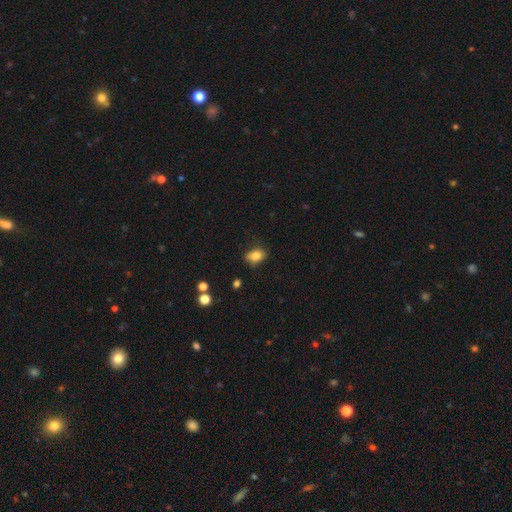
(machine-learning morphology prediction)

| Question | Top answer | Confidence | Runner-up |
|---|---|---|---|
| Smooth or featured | smooth | 82% | star or artifact (9%) |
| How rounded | in between | 81% | round (16%) |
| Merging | none | 72% | minor disturbance (22%) |